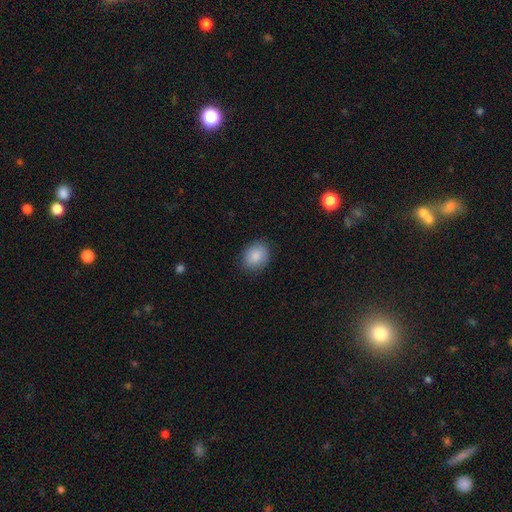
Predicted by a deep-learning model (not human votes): A smooth galaxy with no disk features (87%) that is round (53%). Merging: none (85%).